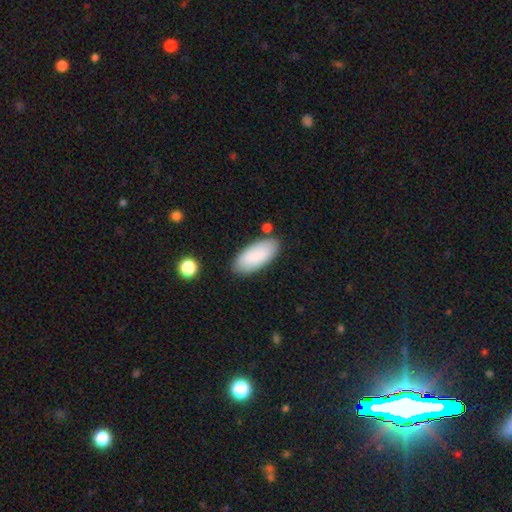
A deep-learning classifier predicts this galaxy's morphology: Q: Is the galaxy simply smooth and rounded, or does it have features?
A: smooth — 85%.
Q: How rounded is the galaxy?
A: in between — 89%.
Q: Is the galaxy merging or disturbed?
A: none — 82%.